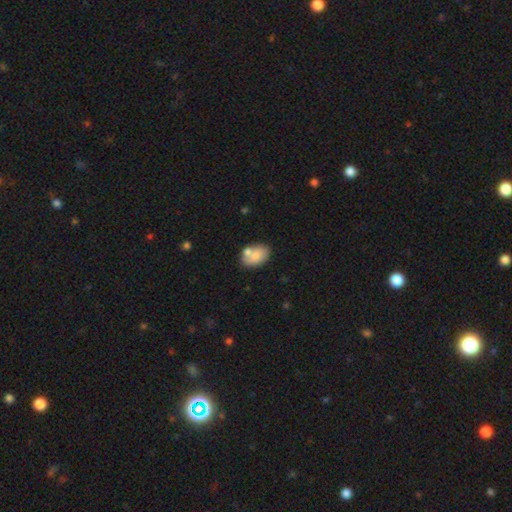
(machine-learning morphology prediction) A smooth galaxy with no disk features (74%) that is in between round and cigar-shaped (86%). Merging: none (54%).